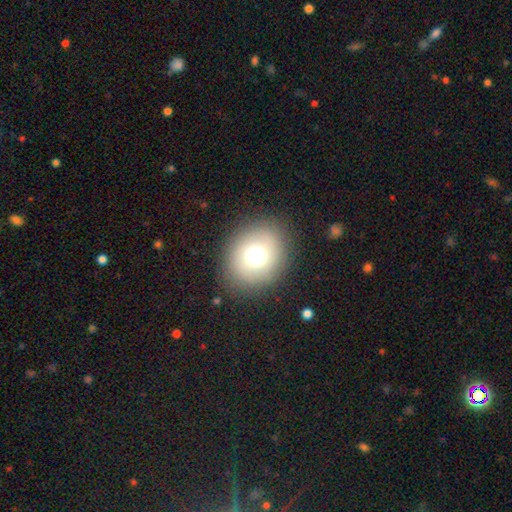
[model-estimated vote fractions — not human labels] smooth-or-featured: smooth: 70% | star or artifact: 16% | featured or disk: 15%
  how-rounded: round: 70% | in between: 29% | cigar-shaped: 1%
  merging: none: 86% | minor disturbance: 8% | major disturbance: 4% | merger: 1%